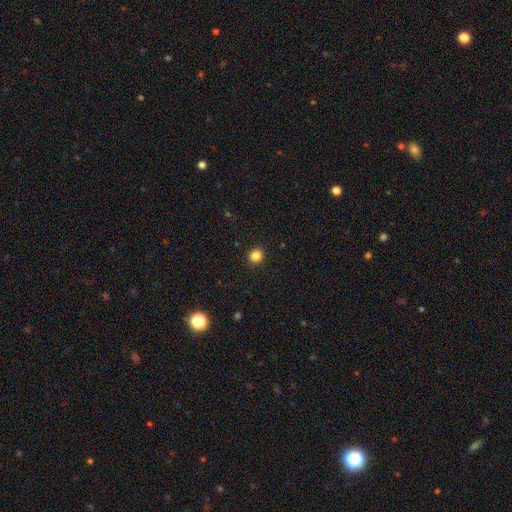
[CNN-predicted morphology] Overall: smooth (84%). How rounded: round (89%). Merging: none (92%).